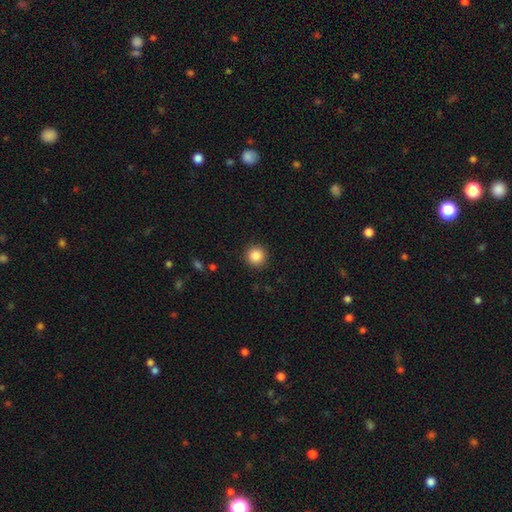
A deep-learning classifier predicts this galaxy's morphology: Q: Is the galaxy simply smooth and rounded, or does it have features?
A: smooth — 87%.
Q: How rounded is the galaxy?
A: round — 95%.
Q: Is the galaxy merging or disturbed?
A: none — 91%.